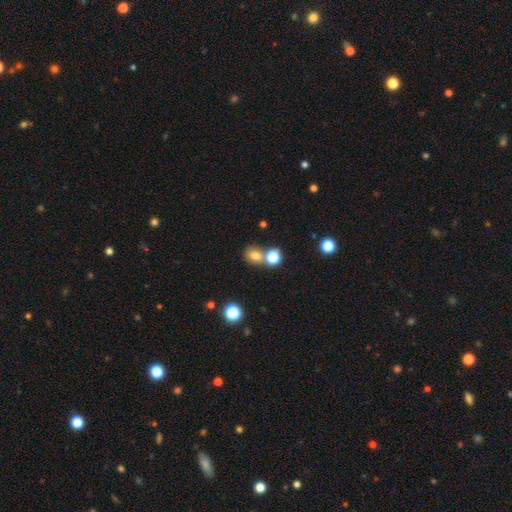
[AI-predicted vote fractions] smooth-or-featured: smooth: 76% | star or artifact: 16% | featured or disk: 8%
  how-rounded: round: 66% | in between: 33% | cigar-shaped: 1%
  merging: none: 56% | merger: 31% | minor disturbance: 10% | major disturbance: 4%